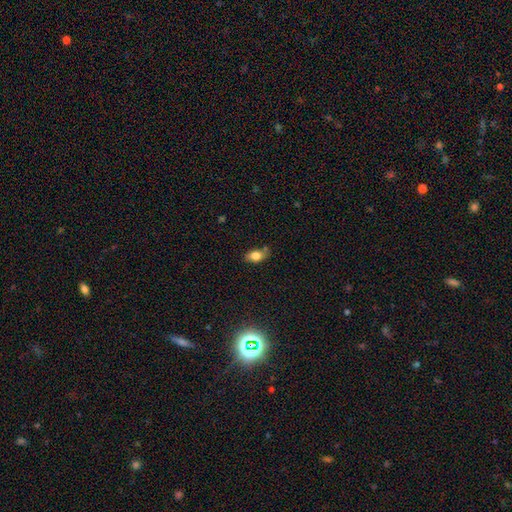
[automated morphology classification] Smooth or featured: smooth — 78% (featured or disk — 13%)
How rounded: in between — 85% (round — 10%)
Merging: none — 63% (minor disturbance — 27%)